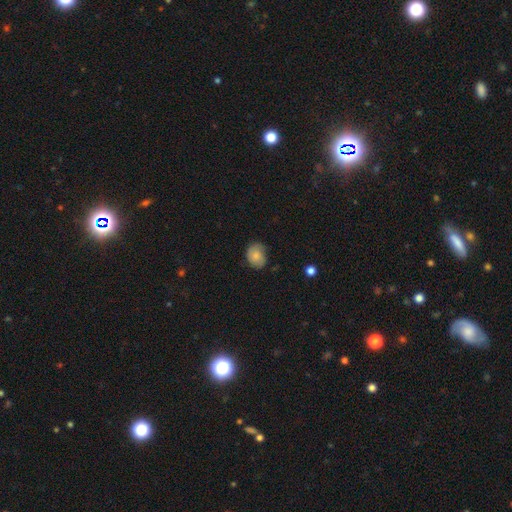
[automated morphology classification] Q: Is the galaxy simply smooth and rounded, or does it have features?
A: smooth — 70%.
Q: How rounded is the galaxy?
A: in between — 55%.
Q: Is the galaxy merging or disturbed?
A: none — 63%.